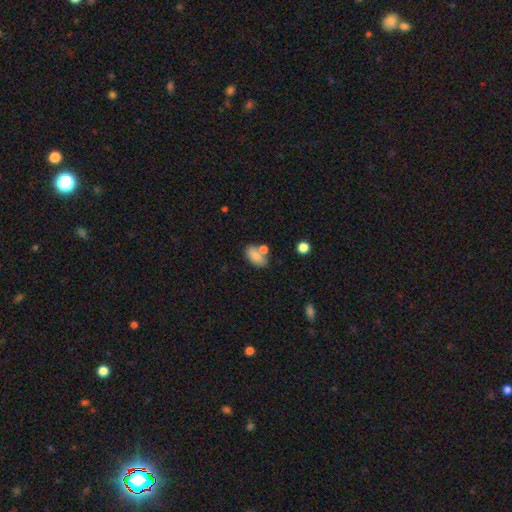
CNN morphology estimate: Q: Smooth or featured?
A: smooth (78%); runner-up: featured or disk (13%)
Q: How rounded?
A: in between (87%); runner-up: round (9%)
Q: Merging?
A: none (49%); runner-up: merger (29%)